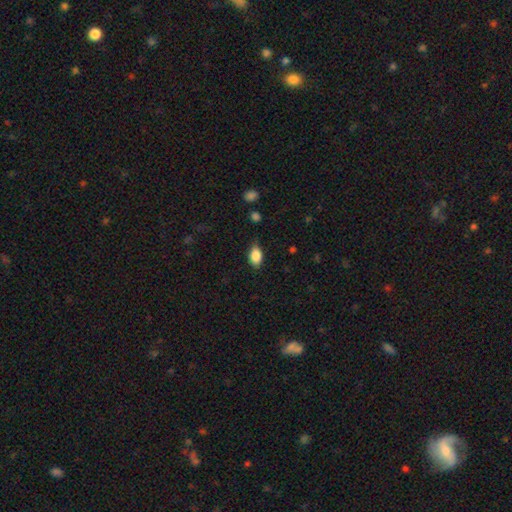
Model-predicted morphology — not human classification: smooth_or_featured: smooth (p=0.86) [alt: star or artifact p=0.07]
how_rounded: in between (p=0.89) [alt: round p=0.08]
merging: none (p=0.76) [alt: minor disturbance p=0.19]